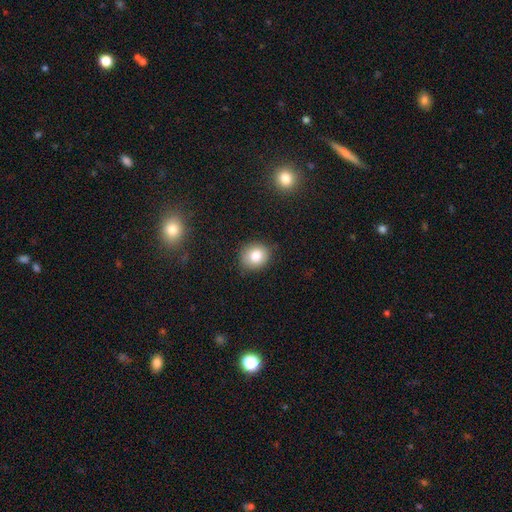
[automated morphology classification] A smooth galaxy with no disk features (81%) that is round (75%).

Vote fractions:
- Smooth or featured? smooth: 81% / star or artifact: 10% / featured or disk: 9%
- How rounded? round: 75% / in between: 24% / cigar-shaped: 1%
- Merging? none: 84% / minor disturbance: 12% / major disturbance: 3% / merger: 1%